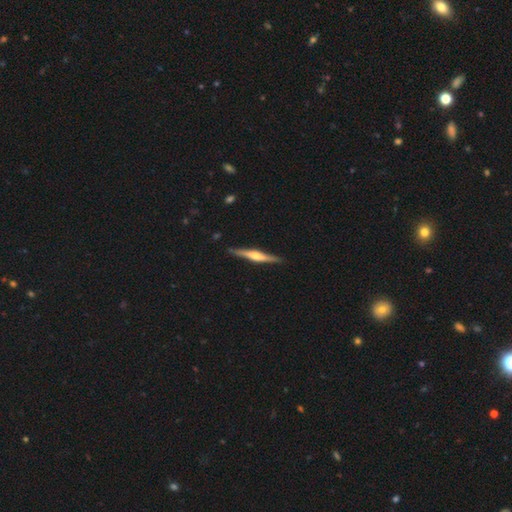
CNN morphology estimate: smooth_or_featured: featured or disk (p=0.76) [alt: smooth p=0.19]
disk_edge_on: yes (p=0.98) [alt: no p=0.02]
edge_on_bulge: rounded (p=0.88) [alt: boxy p=0.08]
merging: none (p=0.89) [alt: minor disturbance p=0.08]